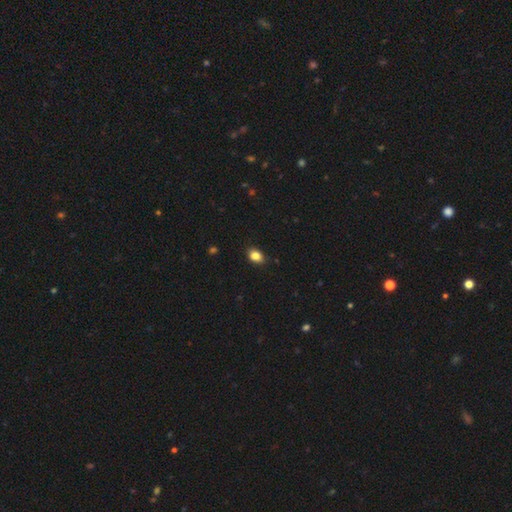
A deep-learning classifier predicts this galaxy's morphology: Smooth or featured? smooth (85%)
How rounded? in between (75%)
Merging? none (86%)